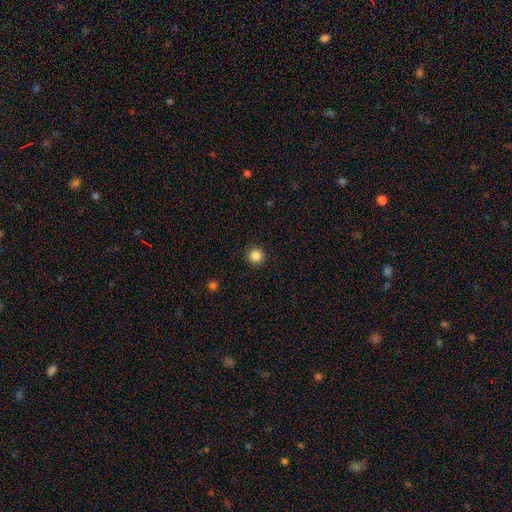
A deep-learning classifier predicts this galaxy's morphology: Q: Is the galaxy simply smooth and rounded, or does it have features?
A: smooth — 85%.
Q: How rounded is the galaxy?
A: round — 96%.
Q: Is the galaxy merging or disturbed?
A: none — 93%.